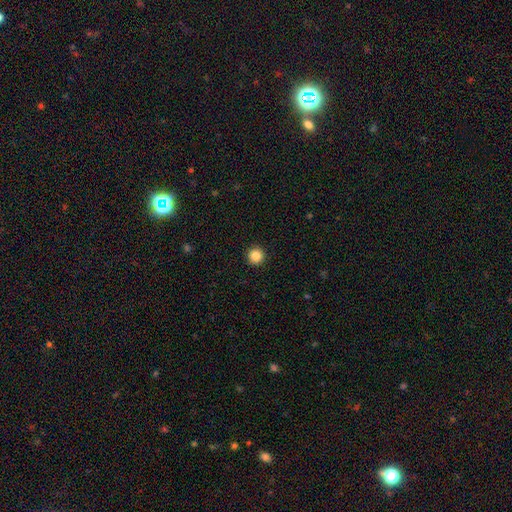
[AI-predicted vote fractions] smooth-or-featured: smooth: 86% | star or artifact: 10% | featured or disk: 4%
  how-rounded: round: 96% | in between: 3% | cigar-shaped: 1%
  merging: none: 94% | minor disturbance: 4% | major disturbance: 1% | merger: 1%